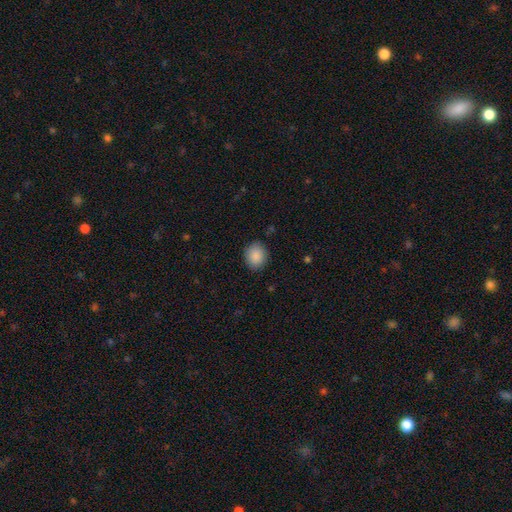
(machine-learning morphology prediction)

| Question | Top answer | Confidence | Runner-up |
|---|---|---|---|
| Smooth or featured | smooth | 89% | star or artifact (8%) |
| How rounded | round | 64% | in between (35%) |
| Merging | none | 87% | minor disturbance (10%) |